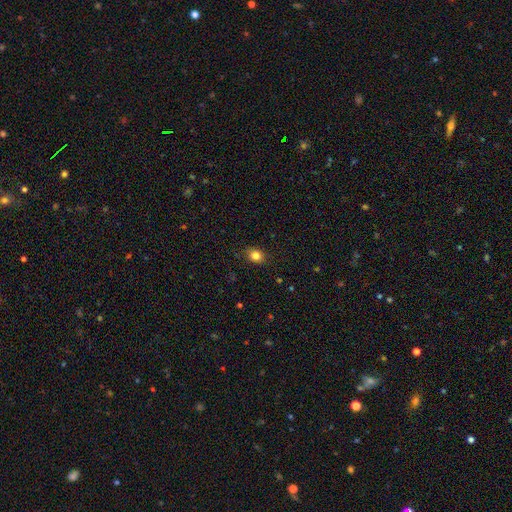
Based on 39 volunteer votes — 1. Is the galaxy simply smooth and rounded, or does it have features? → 79% smooth, 13% featured or disk, 8% star or artifact.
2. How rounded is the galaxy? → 61% round, 39% in between, 0% cigar-shaped.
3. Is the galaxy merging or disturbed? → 89% none, 8% minor disturbance, 3% major disturbance, 0% merger.